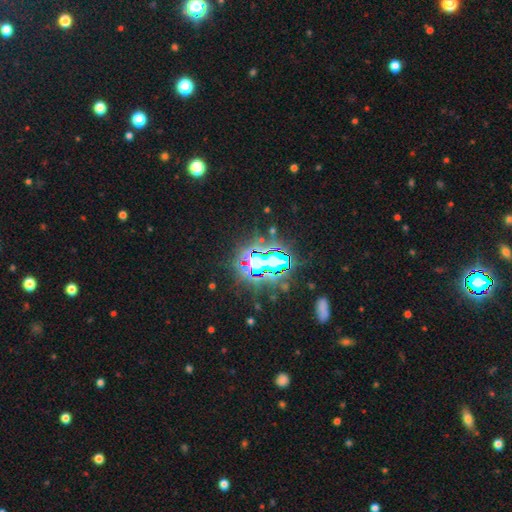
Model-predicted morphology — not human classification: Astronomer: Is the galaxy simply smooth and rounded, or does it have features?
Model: star or artifact — 76%.